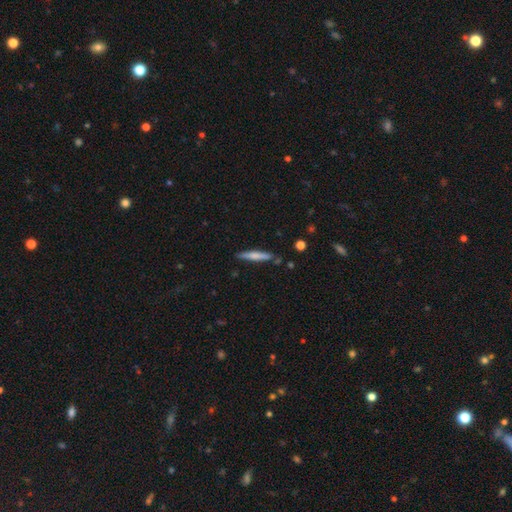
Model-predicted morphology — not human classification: smooth 63%, featured or disk 32%, star or artifact 6%. Down the decision tree: how rounded — cigar-shaped (93%); merging — none (84%).